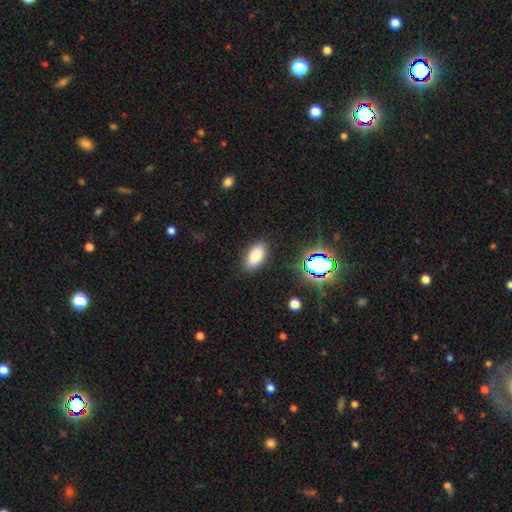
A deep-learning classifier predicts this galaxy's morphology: smooth-or-featured: smooth: 82% | star or artifact: 11% | featured or disk: 7%
  how-rounded: in between: 93% | round: 4% | cigar-shaped: 3%
  merging: none: 87% | minor disturbance: 9% | major disturbance: 3% | merger: 1%